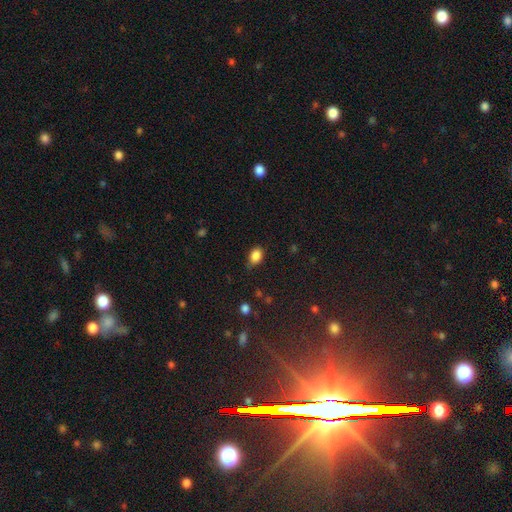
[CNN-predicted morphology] smooth_or_featured: smooth (p=0.86) [alt: star or artifact p=0.10]
how_rounded: in between (p=0.75) [alt: round p=0.23]
merging: none (p=0.69) [alt: minor disturbance p=0.25]